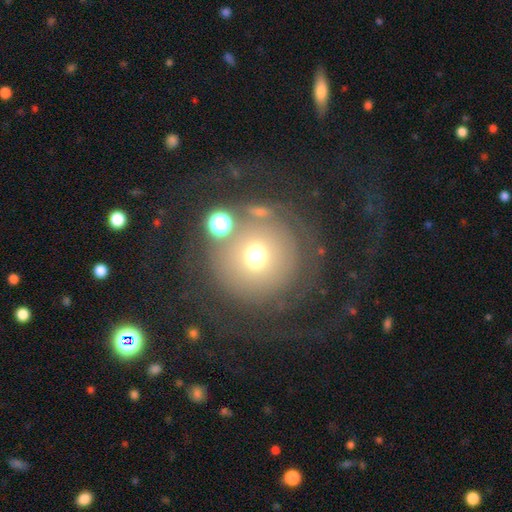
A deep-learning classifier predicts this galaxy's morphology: Smooth or featured: smooth — 63% (star or artifact — 19%)
How rounded: round — 93% (in between — 6%)
Merging: none — 63% (minor disturbance — 13%)